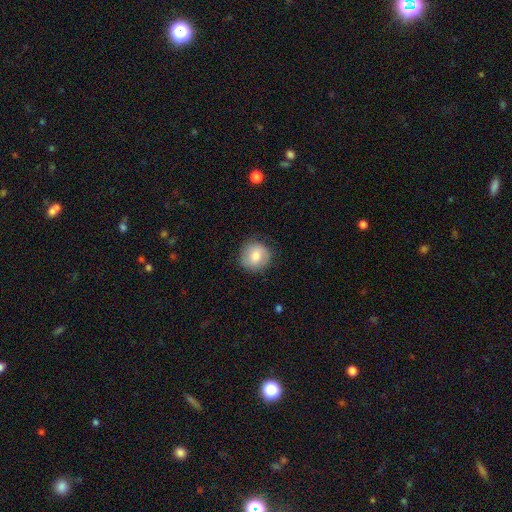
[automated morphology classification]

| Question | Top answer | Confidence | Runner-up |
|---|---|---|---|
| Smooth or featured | smooth | 74% | featured or disk (18%) |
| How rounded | round | 90% | in between (9%) |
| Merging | none | 83% | minor disturbance (12%) |